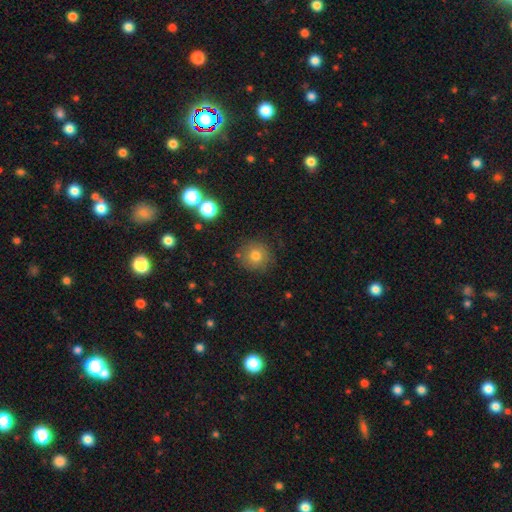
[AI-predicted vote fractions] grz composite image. It shows a smooth galaxy with no disk features (76%) that is round (92%). Merging: none (81%).